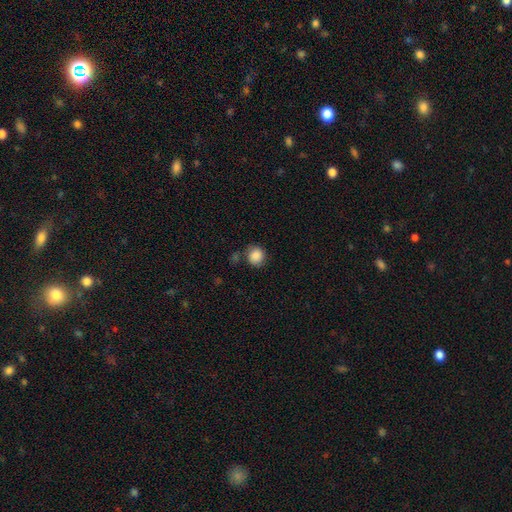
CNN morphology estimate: Smooth or featured? Predicted: smooth (p=0.87). How rounded? Predicted: round (p=0.86). Merging? Predicted: none (p=0.70).